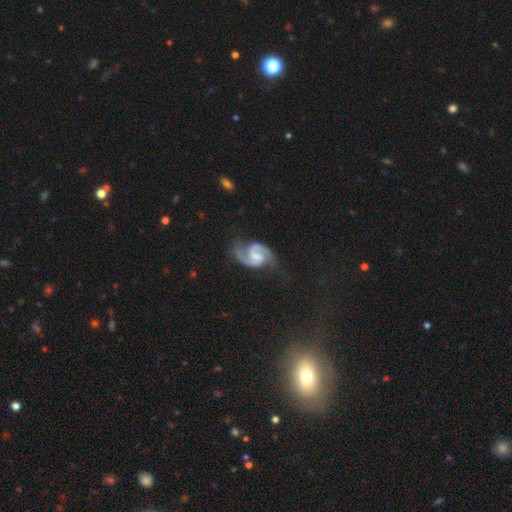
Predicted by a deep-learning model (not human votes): Smooth or featured: featured or disk — 90% (smooth — 5%)
Edge-on disk: no — 98% (yes — 2%)
Bar: weak — 56% (no — 27%)
Spiral arms: yes — 98% (no — 2%)
Spiral winding: medium — 59% (loose — 22%)
Spiral arm count: 2 — 93% (can't tell — 2%)
Bulge size: moderate — 36% (small — 34%)
Merging: none — 69% (minor disturbance — 20%)